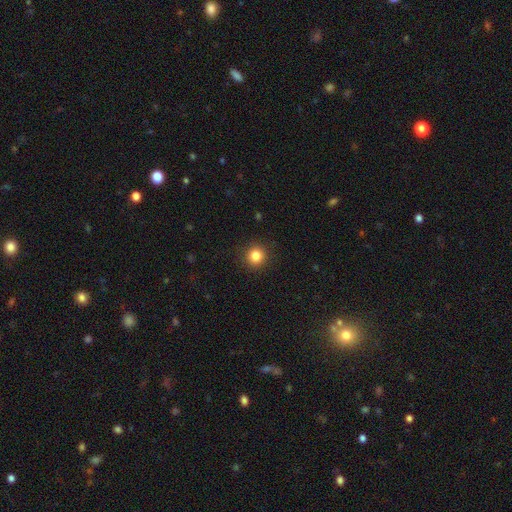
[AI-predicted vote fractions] A smooth galaxy with no disk features (84%) that is round (91%).

Vote fractions:
- Smooth or featured? smooth: 84% / star or artifact: 11% / featured or disk: 5%
- How rounded? round: 91% / in between: 8% / cigar-shaped: 1%
- Merging? none: 91% / minor disturbance: 6% / major disturbance: 2% / merger: 1%